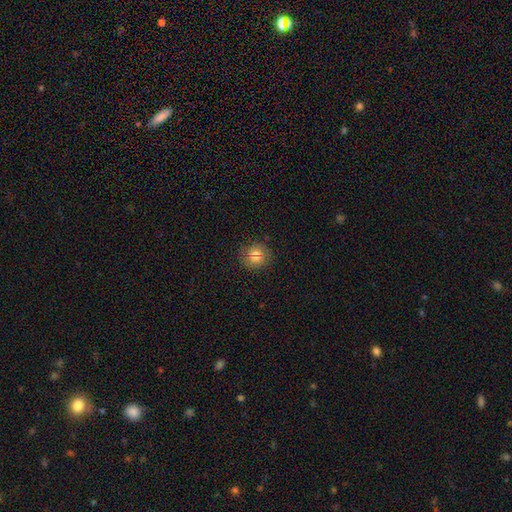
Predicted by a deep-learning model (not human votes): smooth 77%, featured or disk 12%, star or artifact 12%. Down the decision tree: how rounded — round (85%); merging — none (74%).